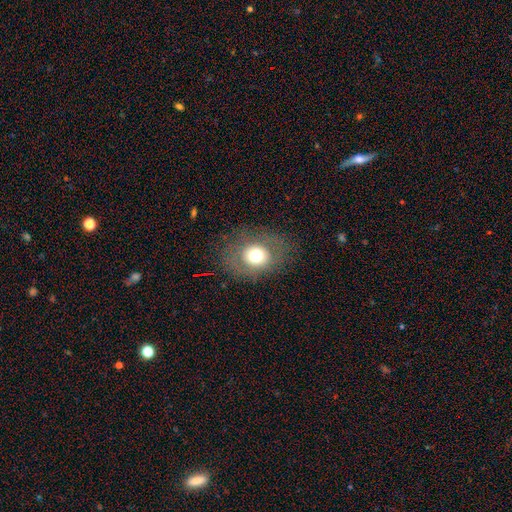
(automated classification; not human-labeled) Smooth or featured: smooth — 62% (featured or disk — 25%)
How rounded: round — 56% (in between — 43%)
Merging: none — 76% (minor disturbance — 14%)